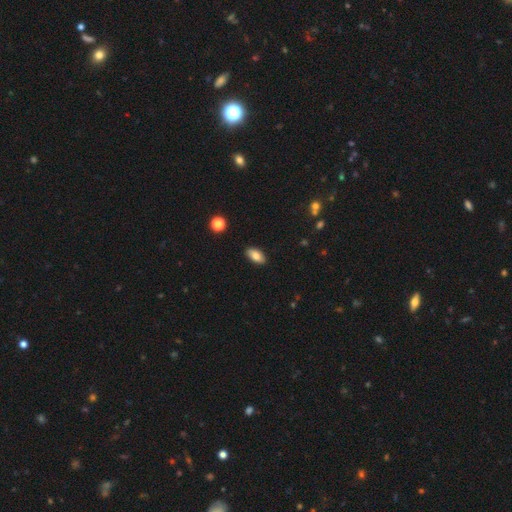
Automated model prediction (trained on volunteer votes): Smooth or featured: smooth — 81% (featured or disk — 11%)
How rounded: in between — 91% (cigar-shaped — 6%)
Merging: none — 88% (minor disturbance — 9%)